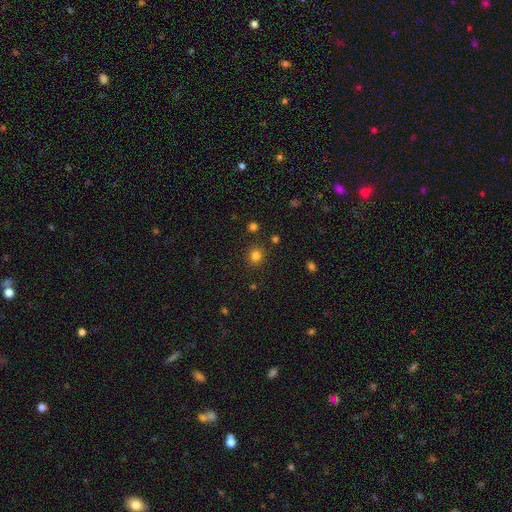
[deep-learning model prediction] Morphology: type=smooth (80%); roundness=round (88%); merging=none (87%).